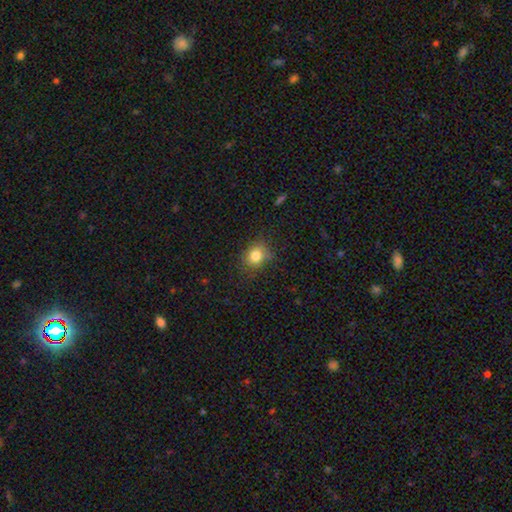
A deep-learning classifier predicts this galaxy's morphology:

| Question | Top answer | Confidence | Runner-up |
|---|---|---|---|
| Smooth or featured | smooth | 80% | star or artifact (12%) |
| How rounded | round | 65% | in between (34%) |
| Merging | none | 78% | minor disturbance (16%) |